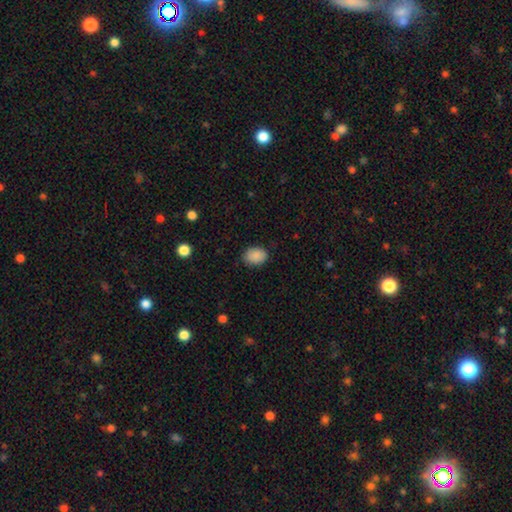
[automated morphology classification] Smooth or featured?
  - smooth: 89% *
  - star or artifact: 8%
  - featured or disk: 4%
How rounded?
  - in between: 71% *
  - round: 28%
  - cigar-shaped: 1%
Merging?
  - none: 84% *
  - minor disturbance: 13%
  - major disturbance: 3%
  - merger: 1%